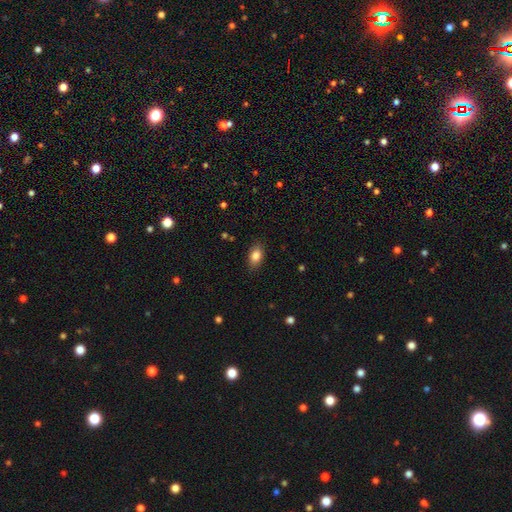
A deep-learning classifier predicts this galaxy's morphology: smooth 84%, star or artifact 8%, featured or disk 7%. Down the decision tree: how rounded — in between (87%); merging — none (86%).